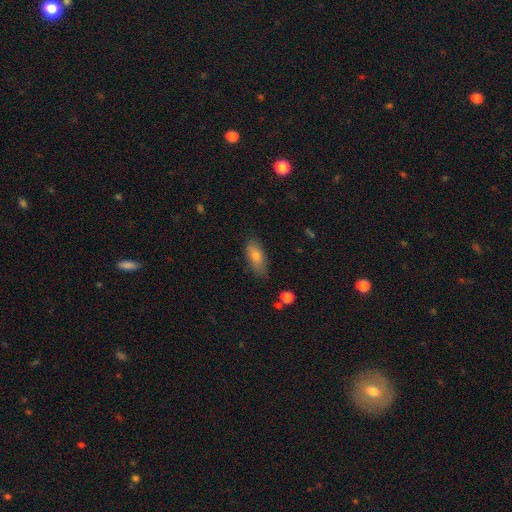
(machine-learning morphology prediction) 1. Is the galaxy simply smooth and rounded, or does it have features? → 74% smooth, 18% featured or disk, 8% star or artifact.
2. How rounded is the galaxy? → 82% in between, 14% cigar-shaped, 4% round.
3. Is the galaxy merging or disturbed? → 80% none, 16% minor disturbance, 3% major disturbance, 2% merger.